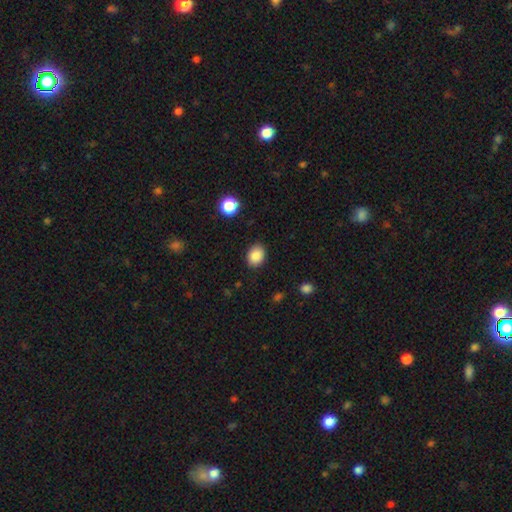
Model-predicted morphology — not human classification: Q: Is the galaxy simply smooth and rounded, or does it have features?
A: smooth — 88%.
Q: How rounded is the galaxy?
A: in between — 60%.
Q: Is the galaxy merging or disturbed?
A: none — 86%.